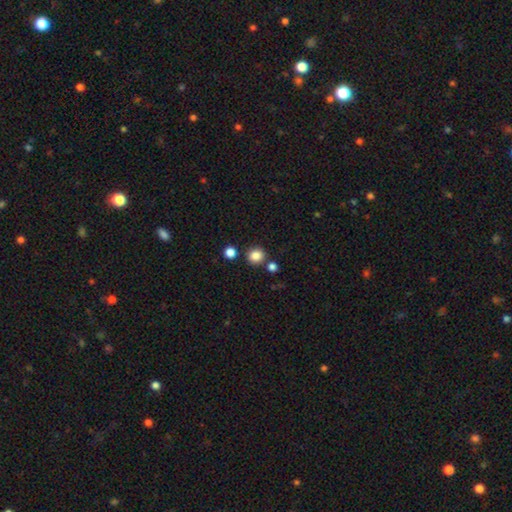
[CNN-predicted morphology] Smooth or featured? Predicted: smooth (p=0.84). How rounded? Predicted: round (p=0.86). Merging? Predicted: none (p=0.81).